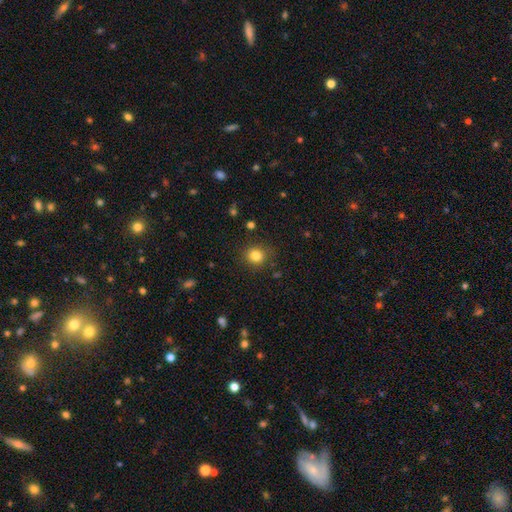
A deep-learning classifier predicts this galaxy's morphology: The model was most divided on "smooth or featured": smooth: 82%, star or artifact: 12%, featured or disk: 6%. More confident: merging — none (86%); how rounded — round (85%).